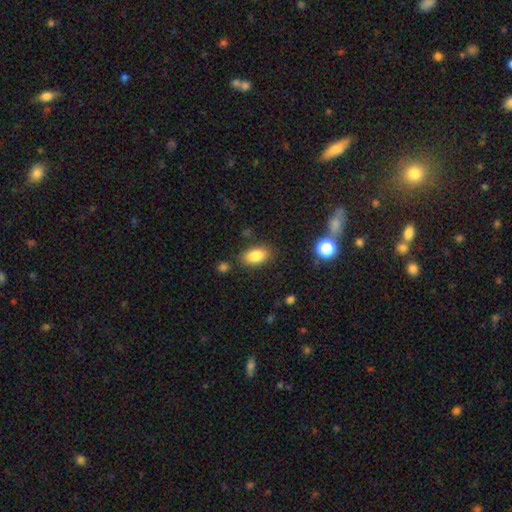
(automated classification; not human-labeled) smooth-or-featured: smooth: 85% | star or artifact: 9% | featured or disk: 7%
  how-rounded: in between: 90% | round: 7% | cigar-shaped: 3%
  merging: none: 83% | minor disturbance: 11% | major disturbance: 3% | merger: 3%